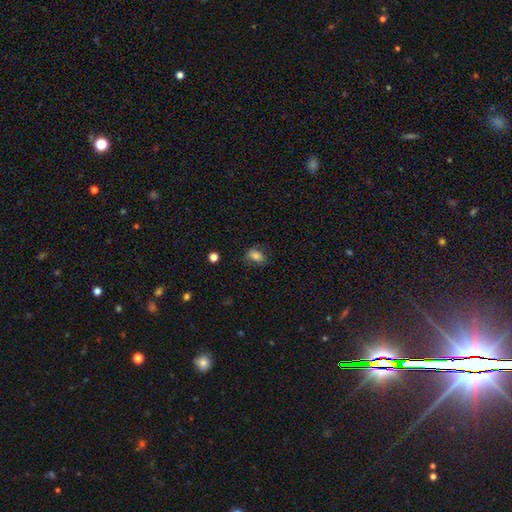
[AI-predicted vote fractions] Q: Smooth or featured?
A: smooth (79%); runner-up: star or artifact (11%)
Q: How rounded?
A: in between (80%); runner-up: round (17%)
Q: Merging?
A: none (73%); runner-up: minor disturbance (20%)